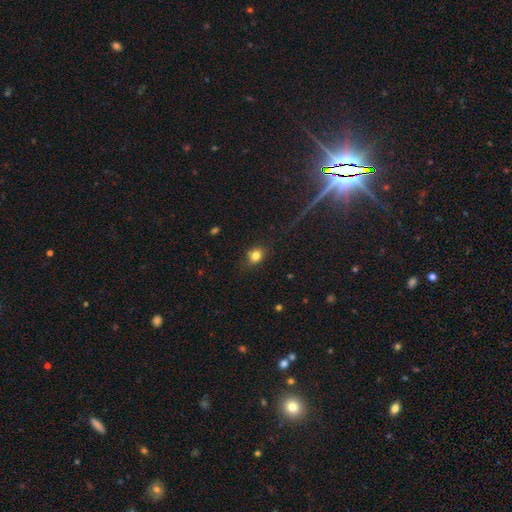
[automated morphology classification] The model was most divided on "how rounded": round: 58%, in between: 40%, cigar-shaped: 1%. More confident: merging — none (81%); smooth or featured — smooth (80%).